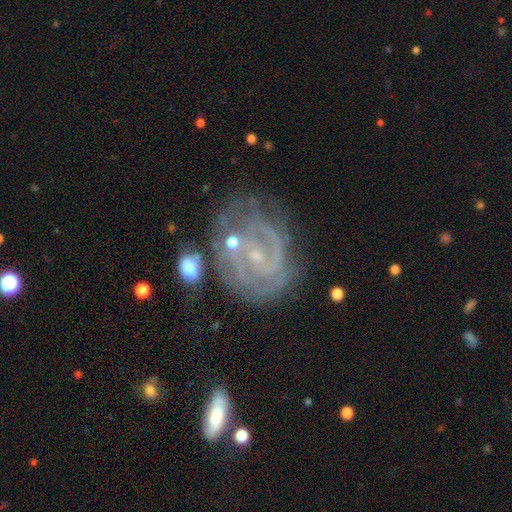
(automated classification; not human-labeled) Smooth or featured: featured or disk — 87% (star or artifact — 7%)
Edge-on disk: no — 97% (yes — 3%)
Bar: weak — 41% (no — 40%)
Spiral arms: yes — 95% (no — 5%)
Spiral winding: tight — 63% (medium — 30%)
Spiral arm count: 2 — 51% (can't tell — 20%)
Bulge size: small — 82% (moderate — 12%)
Merging: none — 63% (minor disturbance — 20%)